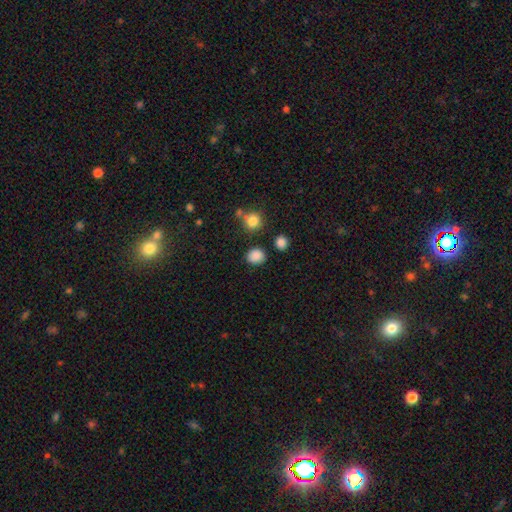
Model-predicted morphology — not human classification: Smooth or featured? smooth (85%)
How rounded? round (72%)
Merging? none (82%)